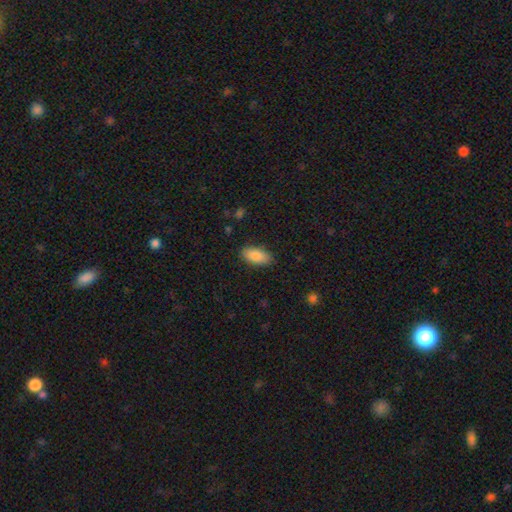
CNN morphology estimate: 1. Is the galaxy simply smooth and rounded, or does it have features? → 88% smooth, 7% star or artifact, 6% featured or disk.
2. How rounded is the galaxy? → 92% in between, 5% cigar-shaped, 3% round.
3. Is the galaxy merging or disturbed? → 86% none, 10% minor disturbance, 3% major disturbance, 1% merger.